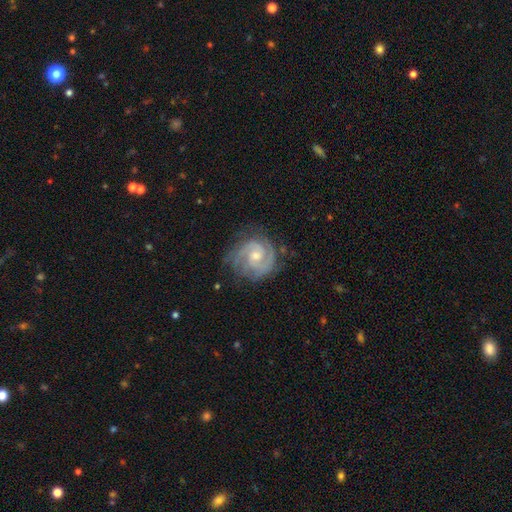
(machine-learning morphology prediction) A featured or disk galaxy (89%) with no bar (59%), 2 (64%) tight (63%) spiral arms (98%) and a moderate central bulge (53%). Merging: none (73%).